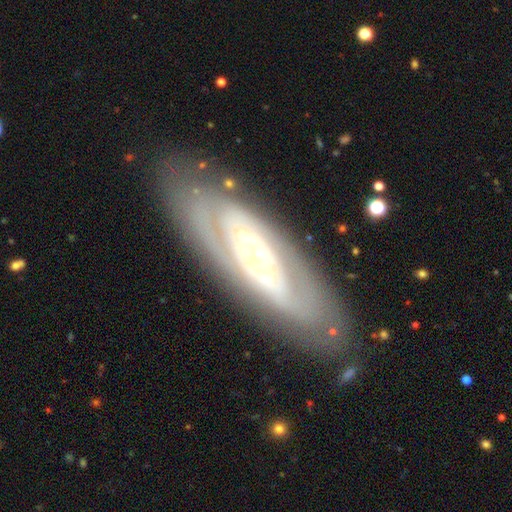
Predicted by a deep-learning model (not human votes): Morphology: type=featured or disk (78%); edge-on=no (83%); bar=no (71%); spiral arms=yes (59%); bulge=small (59%); merging=none (82%).